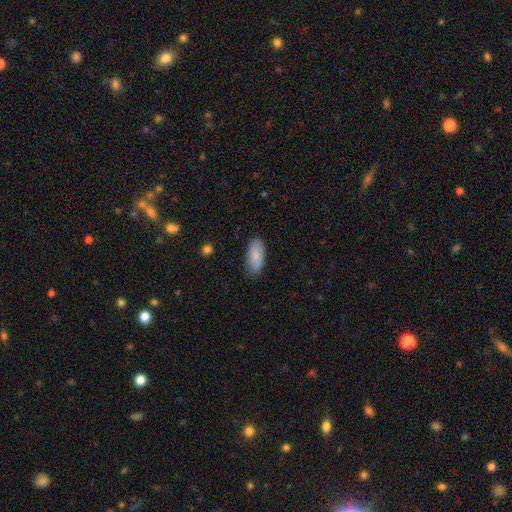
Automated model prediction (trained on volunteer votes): smooth-or-featured: smooth: 85% | featured or disk: 9% | star or artifact: 6%
  how-rounded: in between: 89% | cigar-shaped: 9% | round: 2%
  merging: none: 82% | minor disturbance: 14% | major disturbance: 3% | merger: 1%